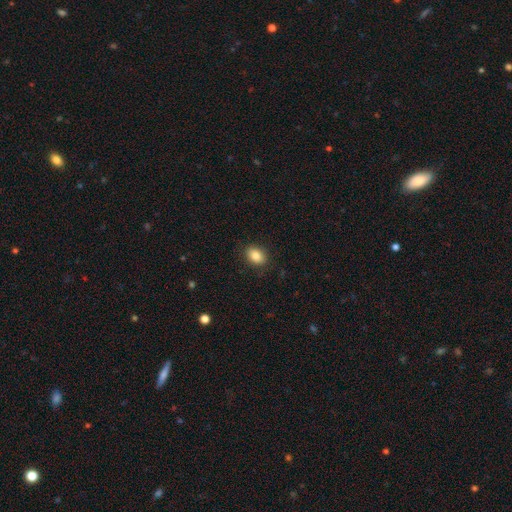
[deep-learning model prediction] Smooth or featured?
  - smooth: 86% *
  - star or artifact: 8%
  - featured or disk: 5%
How rounded?
  - in between: 78% *
  - round: 21%
  - cigar-shaped: 1%
Merging?
  - none: 87% *
  - minor disturbance: 10%
  - major disturbance: 3%
  - merger: 1%